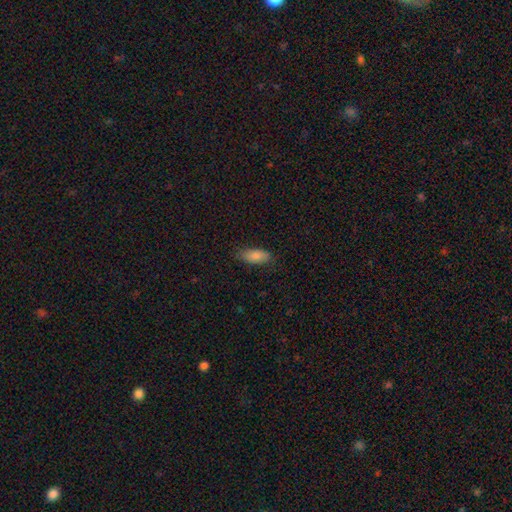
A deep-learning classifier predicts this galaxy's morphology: Smooth or featured?
  - smooth: 82% *
  - featured or disk: 10%
  - star or artifact: 7%
How rounded?
  - in between: 77% *
  - cigar-shaped: 21%
  - round: 2%
Merging?
  - none: 82% *
  - minor disturbance: 14%
  - major disturbance: 3%
  - merger: 1%